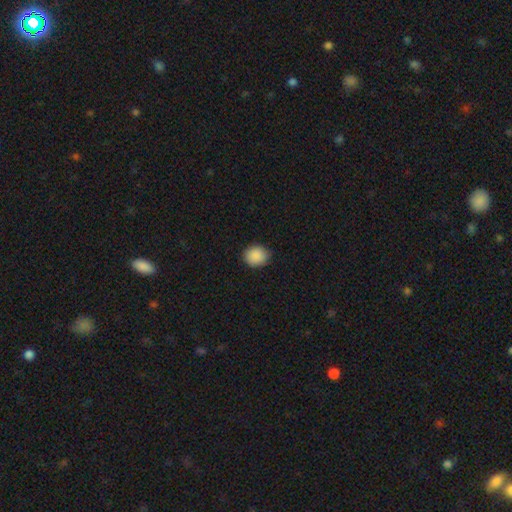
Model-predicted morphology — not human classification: Smooth or featured?
  - smooth: 89% *
  - star or artifact: 8%
  - featured or disk: 3%
How rounded?
  - round: 73% *
  - in between: 26%
  - cigar-shaped: 1%
Merging?
  - none: 86% *
  - minor disturbance: 11%
  - major disturbance: 2%
  - merger: 1%